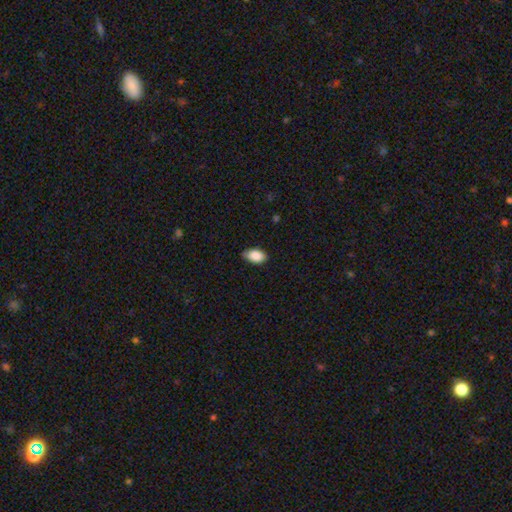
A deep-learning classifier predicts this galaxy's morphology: type=smooth (88%); roundness=in between (93%); merging=none (74%).